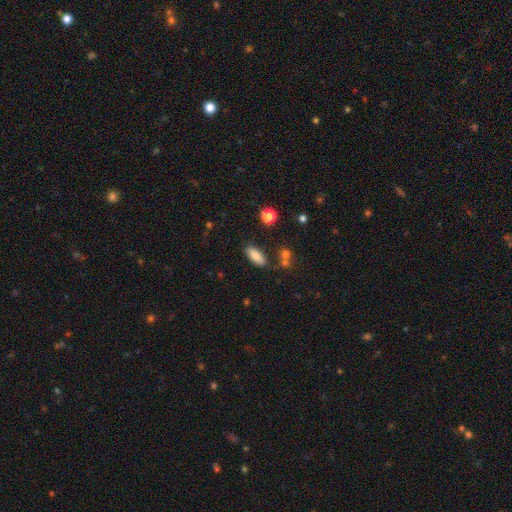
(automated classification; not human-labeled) Smooth or featured: smooth — 84% (star or artifact — 9%)
How rounded: in between — 81% (cigar-shaped — 16%)
Merging: none — 80% (minor disturbance — 12%)